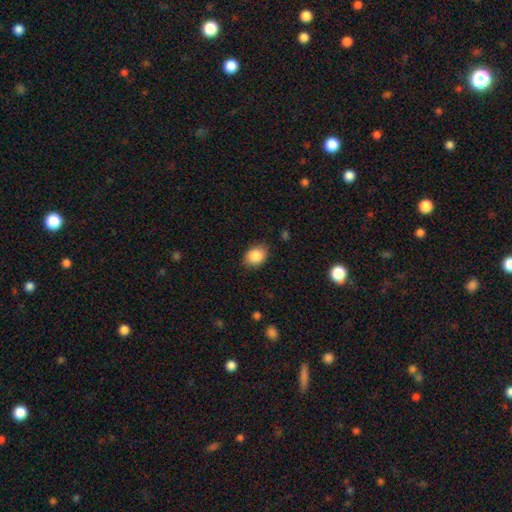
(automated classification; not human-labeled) smooth_or_featured: smooth (p=0.87) [alt: star or artifact p=0.08]
how_rounded: in between (p=0.63) [alt: round p=0.36]
merging: none (p=0.83) [alt: minor disturbance p=0.13]